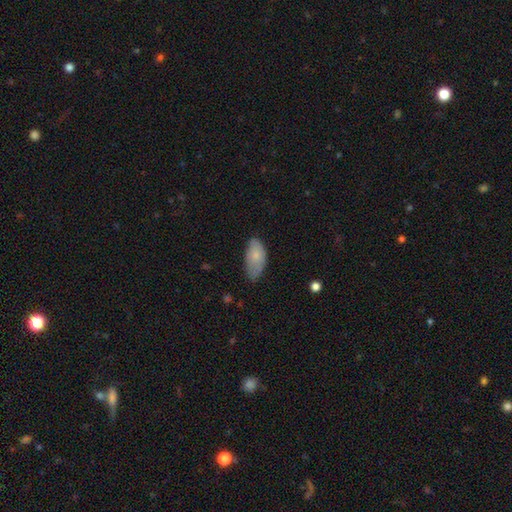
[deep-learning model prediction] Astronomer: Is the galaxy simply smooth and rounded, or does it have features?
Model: smooth — 78%.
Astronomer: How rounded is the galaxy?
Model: in between — 93%.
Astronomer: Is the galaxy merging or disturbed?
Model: none — 57% (runner-up: minor disturbance, 34%).